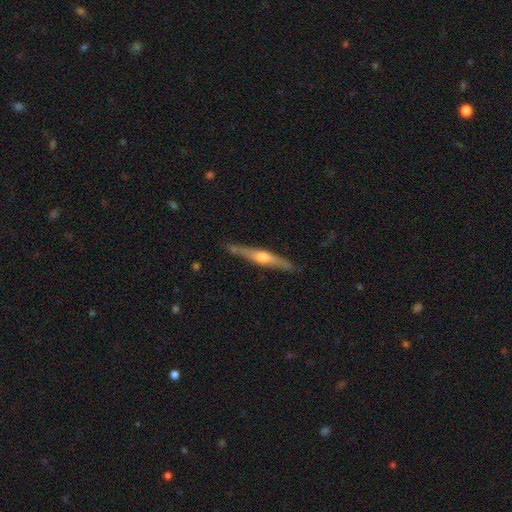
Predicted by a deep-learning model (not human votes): This is likely a featured or disk galaxy (75%). It is clearly viewed edge-on (97%). Edge-on bulge: clearly rounded (86%). Merging: clearly none (88%).